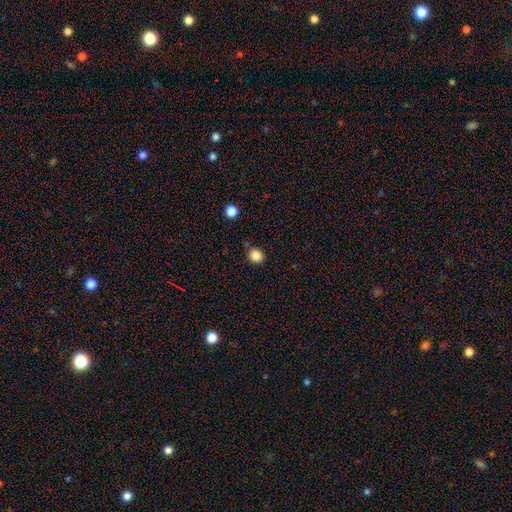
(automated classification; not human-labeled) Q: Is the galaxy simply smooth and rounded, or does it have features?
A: smooth — 85%.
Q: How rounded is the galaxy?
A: round — 79%.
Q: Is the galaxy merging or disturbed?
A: none — 79%.